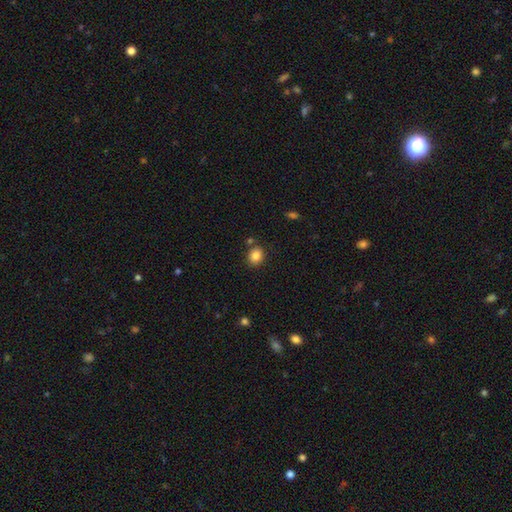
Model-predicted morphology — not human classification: smooth 84%, star or artifact 10%, featured or disk 6%. Down the decision tree: how rounded — round (61%); merging — none (80%).